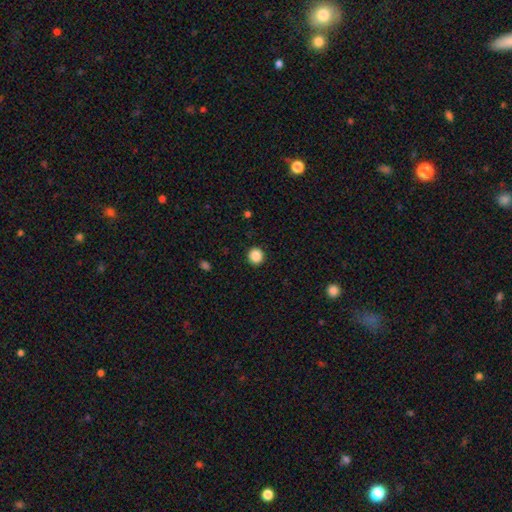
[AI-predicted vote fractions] smooth_or_featured: smooth (p=0.88) [alt: star or artifact p=0.10]
how_rounded: round (p=0.93) [alt: in between p=0.06]
merging: none (p=0.92) [alt: minor disturbance p=0.05]